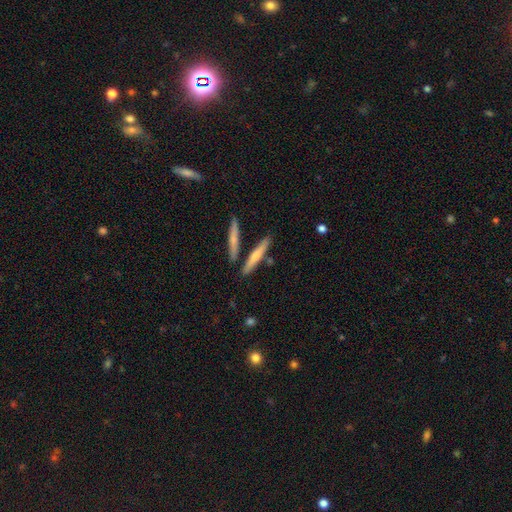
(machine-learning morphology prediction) The model was most divided on "smooth or featured": smooth: 57%, featured or disk: 37%, star or artifact: 6%. More confident: how rounded — cigar-shaped (90%); merging — none (77%).